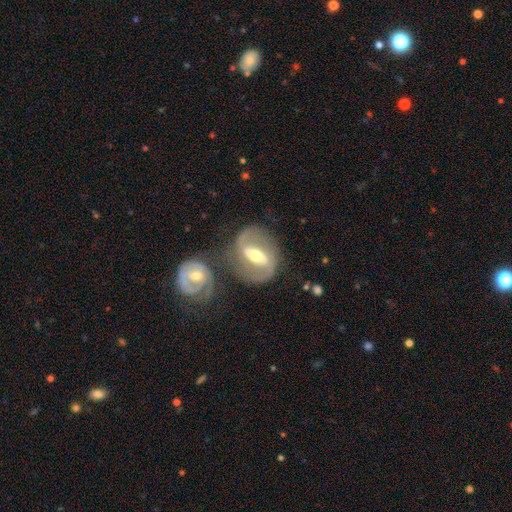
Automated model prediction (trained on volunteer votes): The model was most divided on "spiral winding": medium: 51%, tight: 30%, loose: 19%. More confident: edge-on disk — no (95%); spiral arm count — 2 (86%); spiral arms — yes (85%); smooth or featured — featured or disk (80%); bulge size — moderate (70%); bar — strong (58%); merging — none (51%).